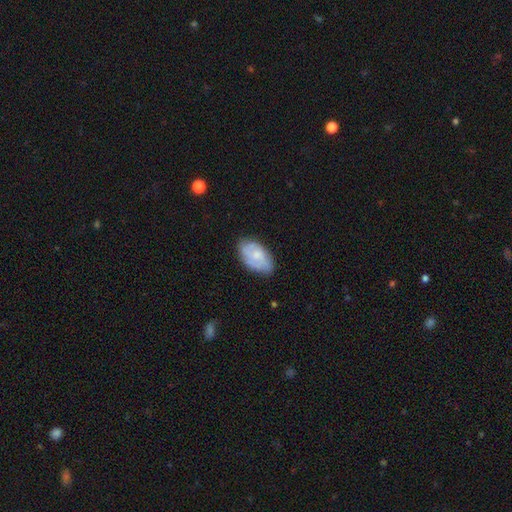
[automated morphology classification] This is possibly a smooth galaxy (57%). How rounded: clearly in between (93%). Merging: likely none (72%).